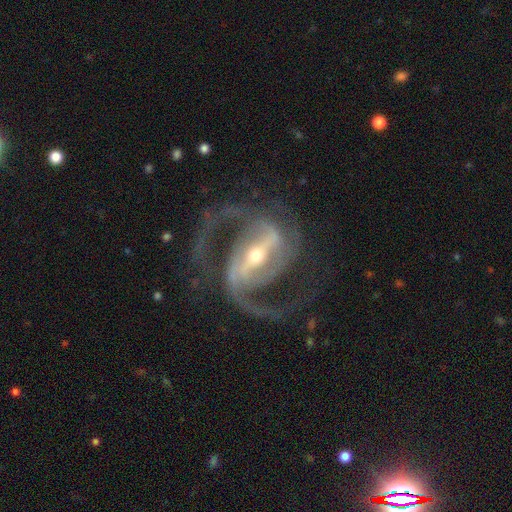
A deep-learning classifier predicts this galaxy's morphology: Smooth or featured? Predicted: featured or disk (p=0.93). Edge-on disk? Predicted: no (p=0.97). Bar? Predicted: strong (p=0.73). Spiral arms? Predicted: yes (p=0.98). Spiral winding? Predicted: medium (p=0.63). Spiral arm count? Predicted: 2 (p=0.89). Bulge size? Predicted: small (p=0.55). Merging? Predicted: none (p=0.74).